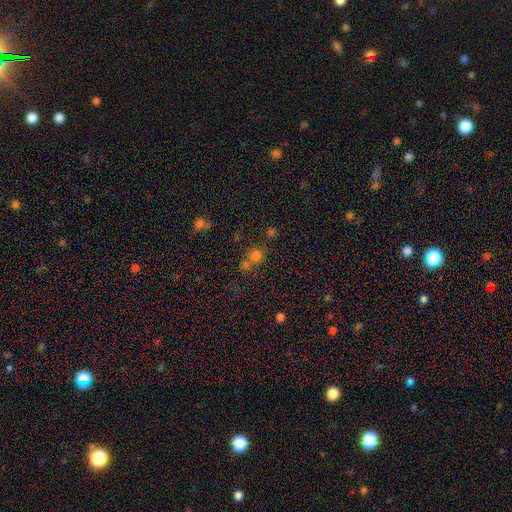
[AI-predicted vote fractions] This is likely a smooth galaxy (67%). How rounded: clearly round (82%). Merging: possibly none (51%).